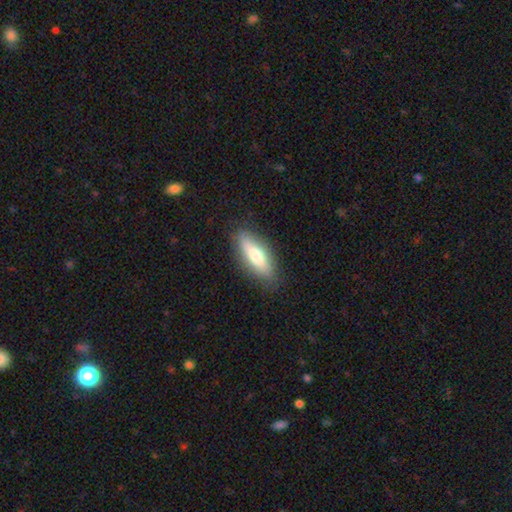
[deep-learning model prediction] Q: Smooth or featured?
A: smooth (65%); runner-up: featured or disk (28%)
Q: How rounded?
A: in between (51%); runner-up: cigar-shaped (47%)
Q: Merging?
A: none (84%); runner-up: minor disturbance (12%)